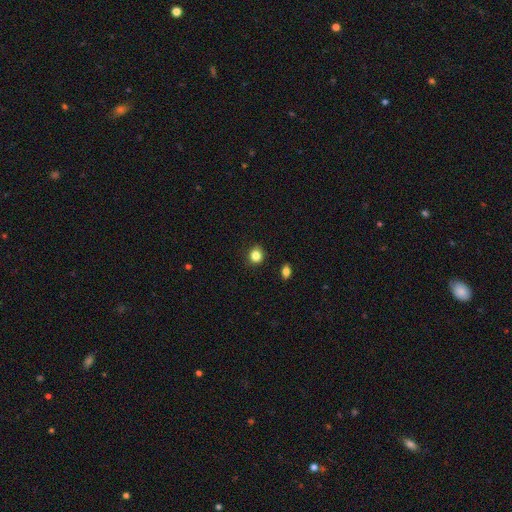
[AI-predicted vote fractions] A smooth galaxy with no disk features (84%) that is round (79%).

Vote fractions:
- Smooth or featured? smooth: 84% / star or artifact: 11% / featured or disk: 5%
- How rounded? round: 79% / in between: 20% / cigar-shaped: 1%
- Merging? none: 87% / minor disturbance: 9% / major disturbance: 2% / merger: 2%